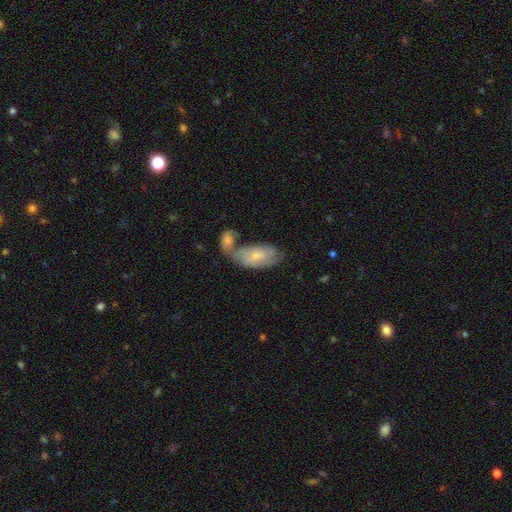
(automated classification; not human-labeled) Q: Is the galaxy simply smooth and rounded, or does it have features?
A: smooth — 51%.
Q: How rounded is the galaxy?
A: in between — 91%.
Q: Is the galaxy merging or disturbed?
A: merger — 44%.